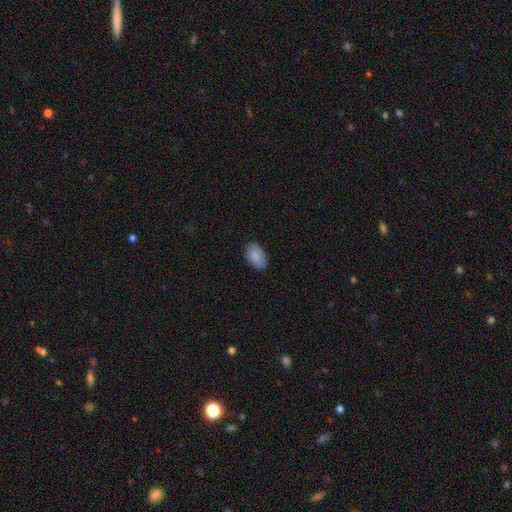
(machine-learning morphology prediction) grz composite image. It shows a smooth galaxy with no disk features (87%) that is in between round and cigar-shaped (93%). Merging: none (83%).